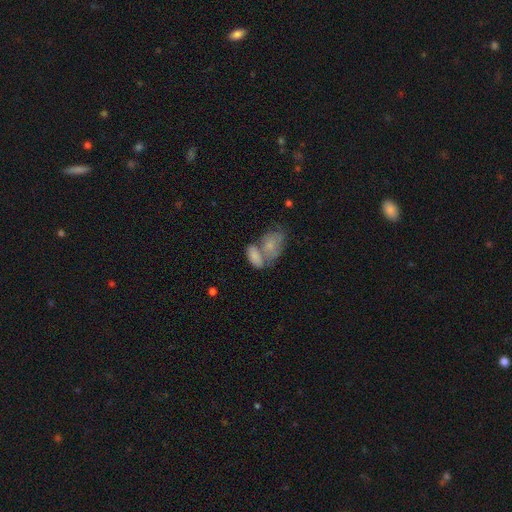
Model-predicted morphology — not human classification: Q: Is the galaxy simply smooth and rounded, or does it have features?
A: smooth — 76%.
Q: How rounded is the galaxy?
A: in between — 89%.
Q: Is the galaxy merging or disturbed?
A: merger — 53%.